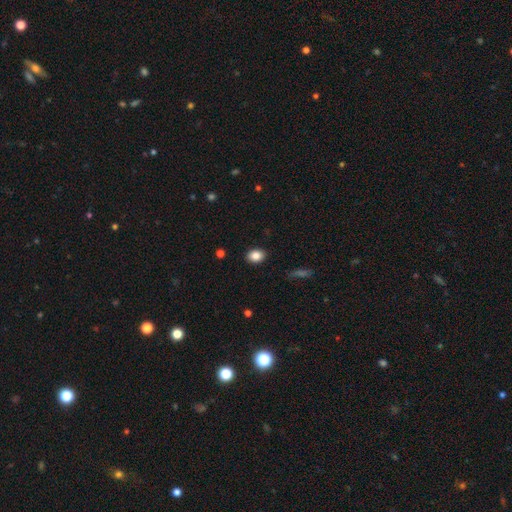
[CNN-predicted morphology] Smooth or featured: smooth — 86% (star or artifact — 9%)
How rounded: in between — 66% (round — 33%)
Merging: none — 89% (minor disturbance — 8%)